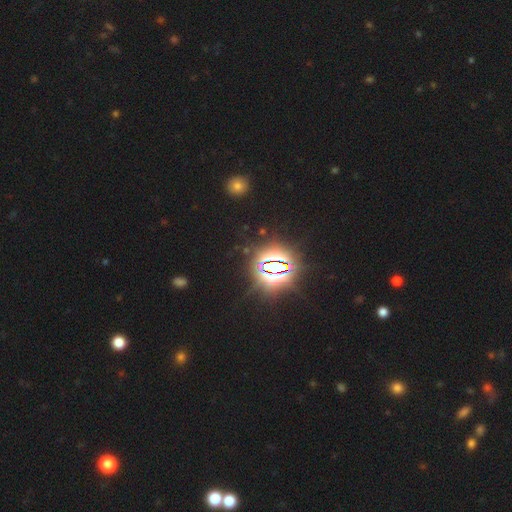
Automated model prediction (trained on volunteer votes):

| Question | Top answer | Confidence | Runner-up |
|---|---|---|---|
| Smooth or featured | star or artifact | 83% | smooth (10%) |